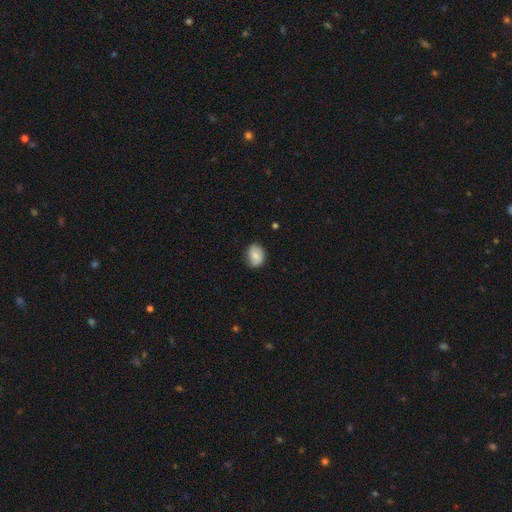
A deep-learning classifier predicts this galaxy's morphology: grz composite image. It shows a smooth galaxy with no disk features (67%) that is in between round and cigar-shaped (55%). Merging: none (75%).